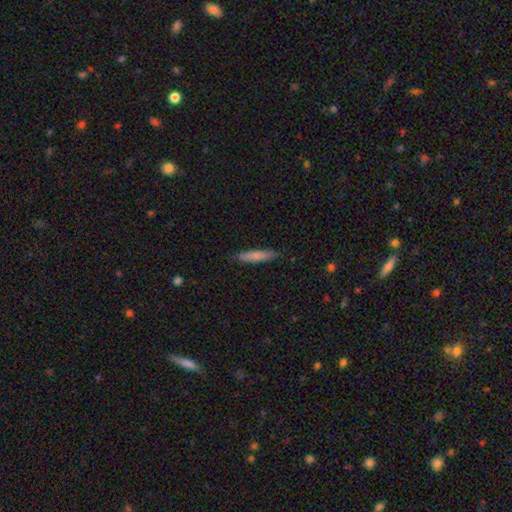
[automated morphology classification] A smooth galaxy with no disk features (74%) that is cigar-shaped (85%). Merging: none (86%).